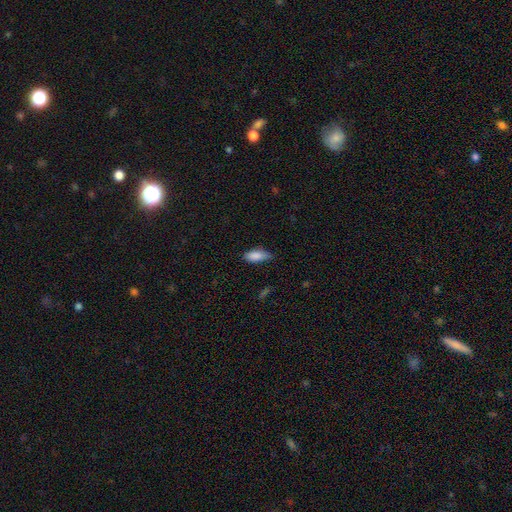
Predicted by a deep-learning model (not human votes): A smooth galaxy with no disk features (86%) that is in between round and cigar-shaped (82%).

Vote fractions:
- Smooth or featured? smooth: 86% / featured or disk: 7% / star or artifact: 7%
- How rounded? in between: 82% / cigar-shaped: 16% / round: 2%
- Merging? none: 63% / minor disturbance: 30% / major disturbance: 5% / merger: 2%